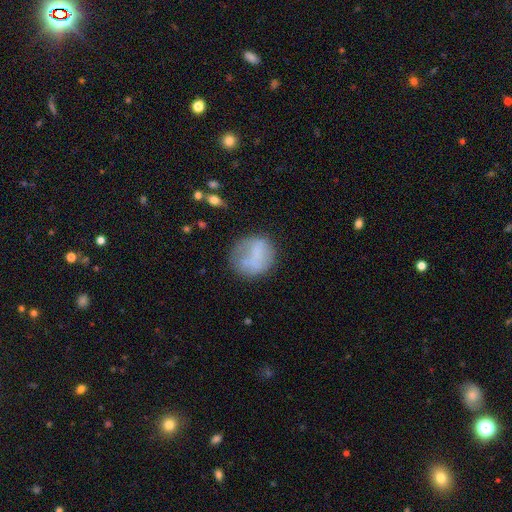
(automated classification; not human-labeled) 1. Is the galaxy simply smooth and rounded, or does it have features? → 62% smooth, 28% featured or disk, 9% star or artifact.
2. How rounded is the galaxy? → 82% round, 17% in between, 1% cigar-shaped.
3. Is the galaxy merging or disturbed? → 60% none, 22% minor disturbance, 13% major disturbance, 6% merger.